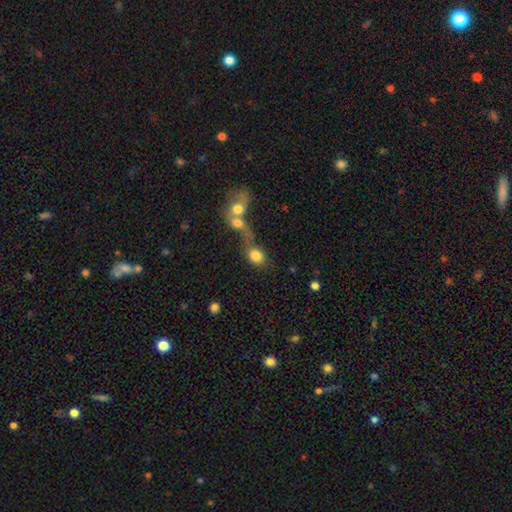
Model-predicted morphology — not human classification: This is clearly a smooth galaxy (80%). How rounded: possibly round (49%). Merging: possibly merger (55%).